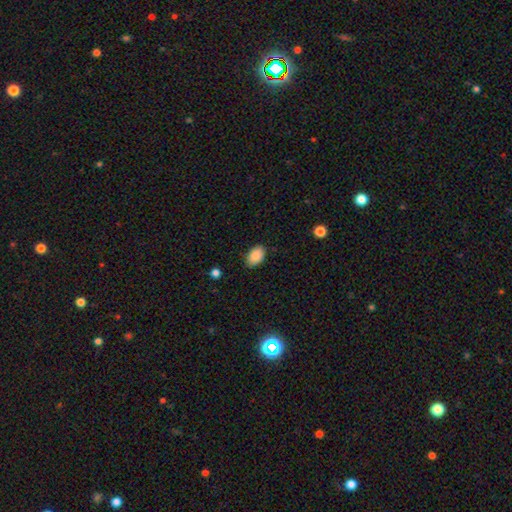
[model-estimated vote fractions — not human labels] Q: Smooth or featured?
A: smooth (88%); runner-up: star or artifact (7%)
Q: How rounded?
A: in between (89%); runner-up: round (10%)
Q: Merging?
A: none (84%); runner-up: minor disturbance (13%)